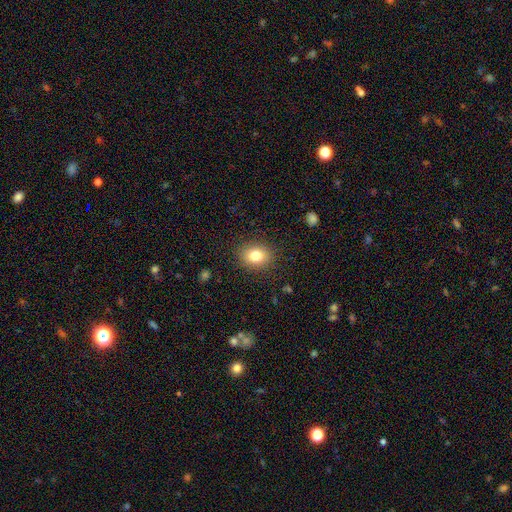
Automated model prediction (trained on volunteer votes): A smooth galaxy with no disk features (81%) that is round (51%).

Vote fractions:
- Smooth or featured? smooth: 81% / star or artifact: 10% / featured or disk: 9%
- How rounded? round: 51% / in between: 48% / cigar-shaped: 1%
- Merging? none: 87% / minor disturbance: 9% / major disturbance: 3% / merger: 1%